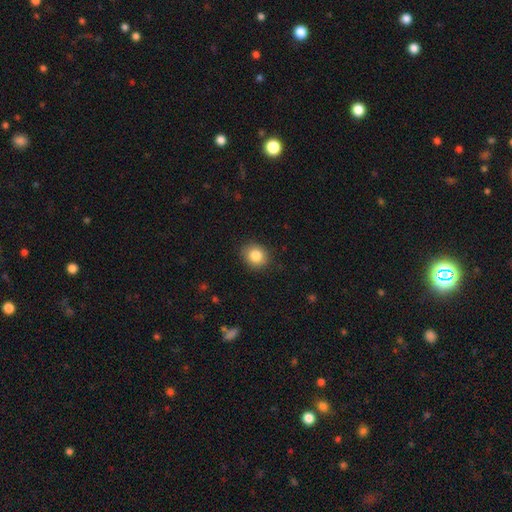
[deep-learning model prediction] Smooth or featured: smooth — 84% (star or artifact — 9%)
How rounded: round — 72% (in between — 27%)
Merging: none — 87% (minor disturbance — 9%)